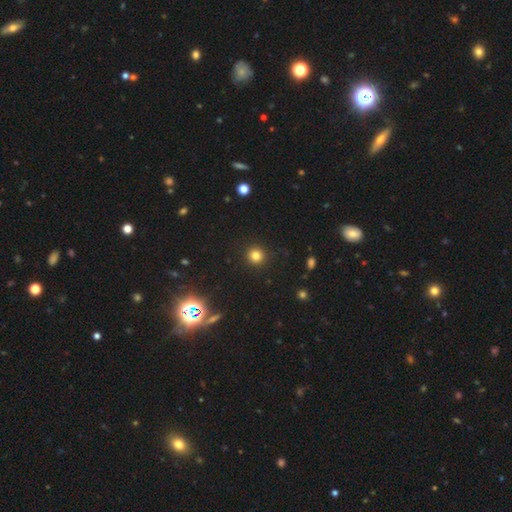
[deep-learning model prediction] This is clearly a smooth galaxy (81%). How rounded: clearly round (94%). Merging: clearly none (92%).